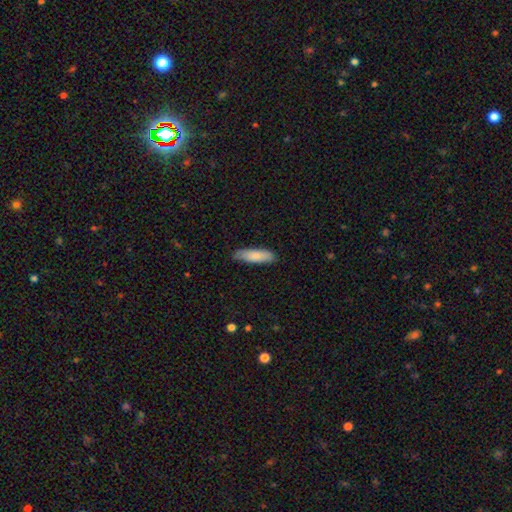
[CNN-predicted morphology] Overall: smooth (82%). How rounded: cigar-shaped (55%; in between 44%). Merging: none (76%).